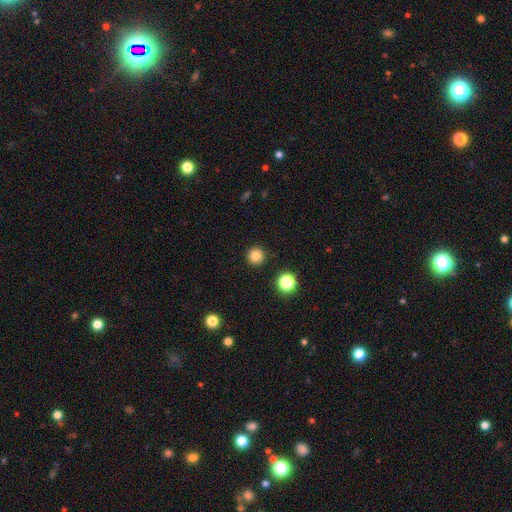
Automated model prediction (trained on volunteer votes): smooth-or-featured: smooth: 82% | star or artifact: 13% | featured or disk: 5%
  how-rounded: round: 96% | in between: 3% | cigar-shaped: 1%
  merging: none: 92% | minor disturbance: 5% | major disturbance: 2% | merger: 2%